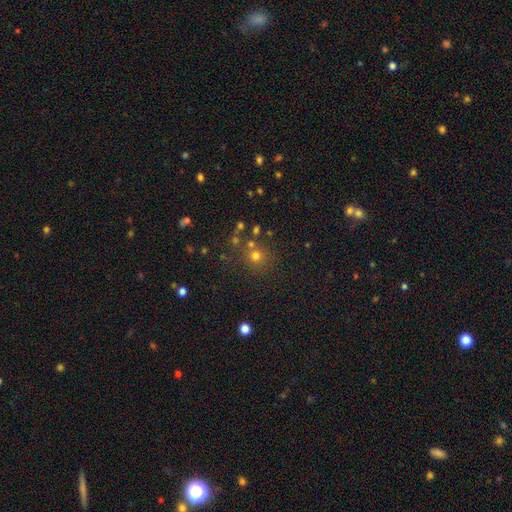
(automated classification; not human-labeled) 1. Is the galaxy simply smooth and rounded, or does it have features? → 68% smooth, 21% star or artifact, 11% featured or disk.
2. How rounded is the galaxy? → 90% round, 9% in between, 1% cigar-shaped.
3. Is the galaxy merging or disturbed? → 71% none, 14% merger, 10% minor disturbance, 5% major disturbance.